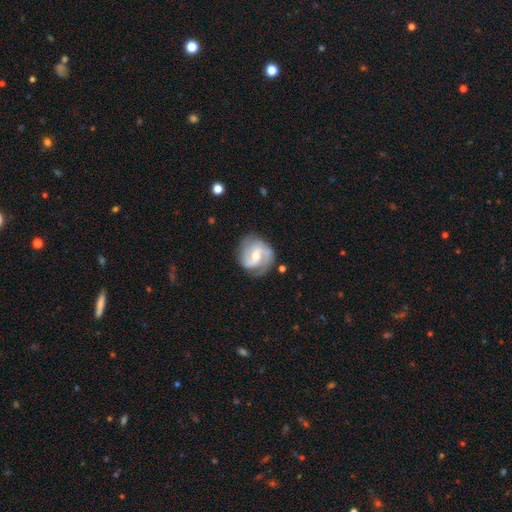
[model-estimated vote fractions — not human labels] smooth-or-featured: featured or disk: 81% | smooth: 14% | star or artifact: 5%
  disk-edge-on: no: 98% | yes: 2%
    bar: weak: 52% | no: 26% | strong: 21%
    has-spiral-arms: yes: 94% | no: 6%
      spiral-winding: medium: 48% | tight: 31% | loose: 21%
      spiral-arm-count: 2: 73% | can't tell: 9% | 3: 9% | 1: 5% | 4: 2% | more than 4: 2%
    bulge-size: moderate: 59% | small: 33% | large: 5% | none: 2% | dominant: 1%
  merging: none: 70% | minor disturbance: 19% | major disturbance: 8% | merger: 2%